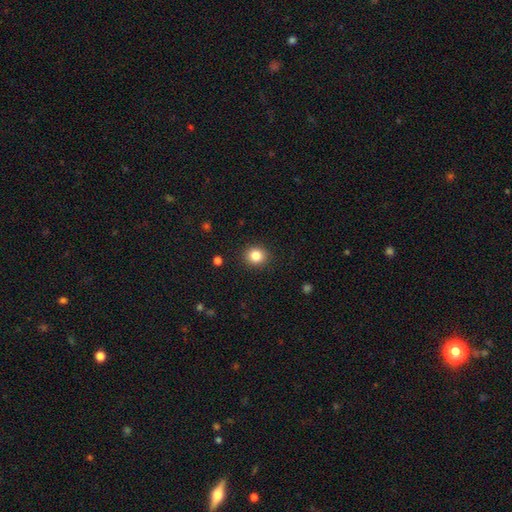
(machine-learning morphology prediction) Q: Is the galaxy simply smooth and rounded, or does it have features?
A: smooth — 84%.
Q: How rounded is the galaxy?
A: round — 82%.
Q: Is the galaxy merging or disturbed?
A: none — 91%.